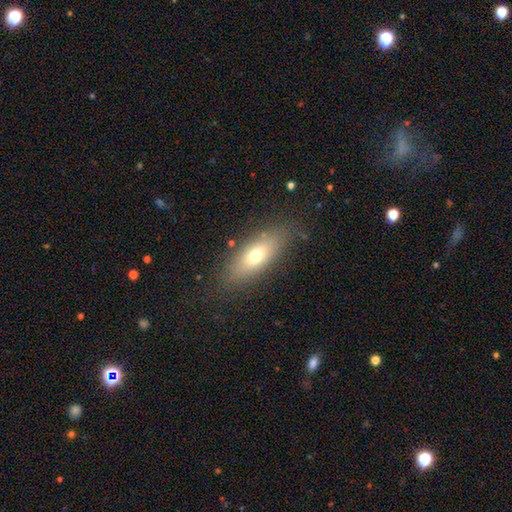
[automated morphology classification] type=smooth (66%); roundness=in between (72%); merging=none (80%).